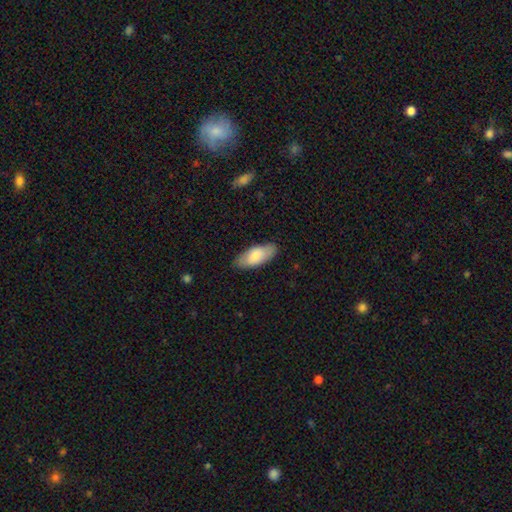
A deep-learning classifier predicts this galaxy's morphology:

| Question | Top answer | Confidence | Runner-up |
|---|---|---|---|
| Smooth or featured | smooth | 79% | featured or disk (16%) |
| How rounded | in between | 86% | cigar-shaped (13%) |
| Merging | none | 84% | minor disturbance (12%) |